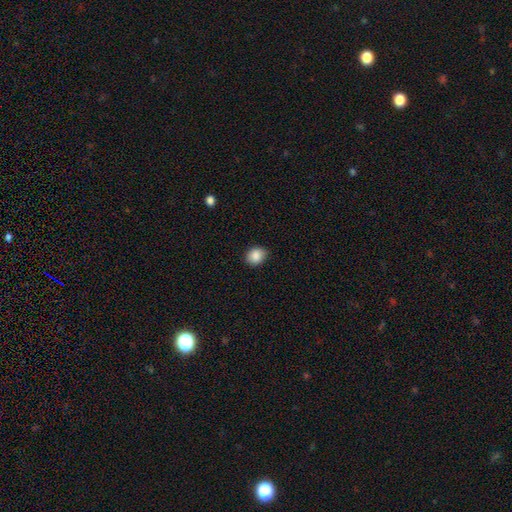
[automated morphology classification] Q: Smooth or featured?
A: smooth (88%); runner-up: star or artifact (9%)
Q: How rounded?
A: round (63%); runner-up: in between (37%)
Q: Merging?
A: none (85%); runner-up: minor disturbance (12%)